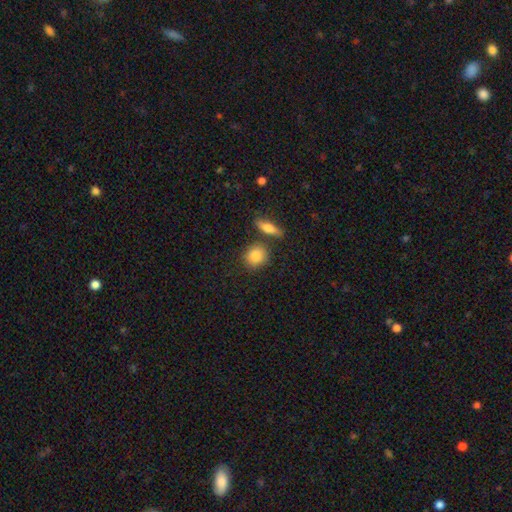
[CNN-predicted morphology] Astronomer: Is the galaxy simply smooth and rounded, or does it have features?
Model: smooth — 84%.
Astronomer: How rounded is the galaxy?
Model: round — 74%.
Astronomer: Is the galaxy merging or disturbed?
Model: none — 76%.